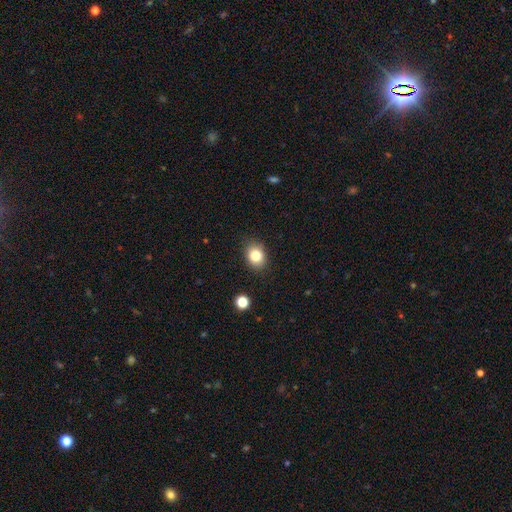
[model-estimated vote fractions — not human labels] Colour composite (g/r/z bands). It shows a smooth galaxy with no disk features (82%) that is in between round and cigar-shaped (55%). Merging: none (86%).